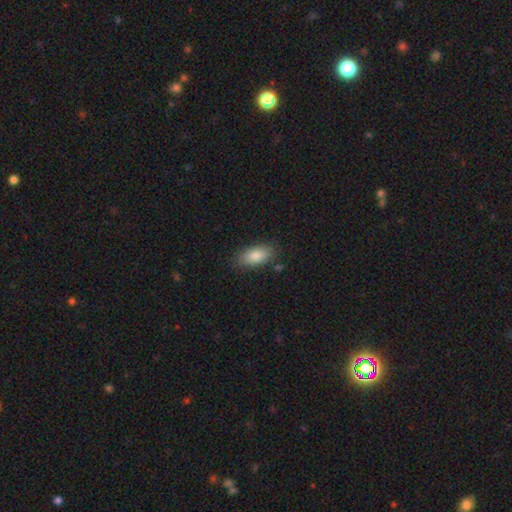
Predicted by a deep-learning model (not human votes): A smooth galaxy with no disk features (84%) that is in between round and cigar-shaped (90%).

Vote fractions:
- Smooth or featured? smooth: 84% / featured or disk: 8% / star or artifact: 7%
- How rounded? in between: 90% / cigar-shaped: 7% / round: 3%
- Merging? none: 83% / minor disturbance: 12% / major disturbance: 3% / merger: 2%